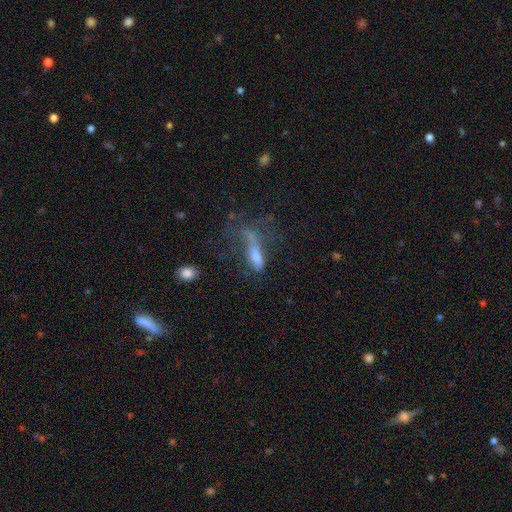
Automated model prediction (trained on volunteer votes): This is marginally a smooth galaxy (44%). Merging: possibly major disturbance (48%).